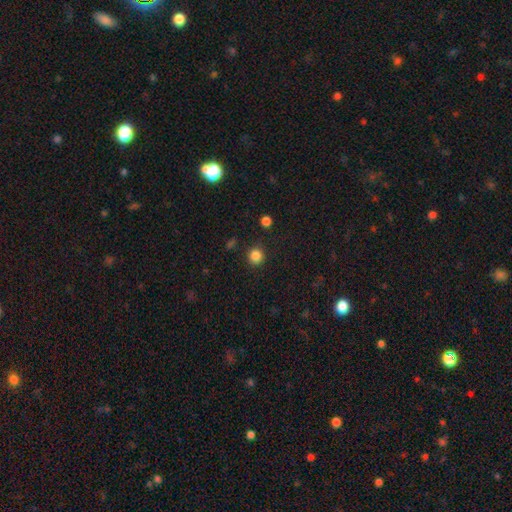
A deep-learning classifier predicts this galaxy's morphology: This is clearly a smooth galaxy (85%). How rounded: clearly round (93%). Merging: clearly none (90%).